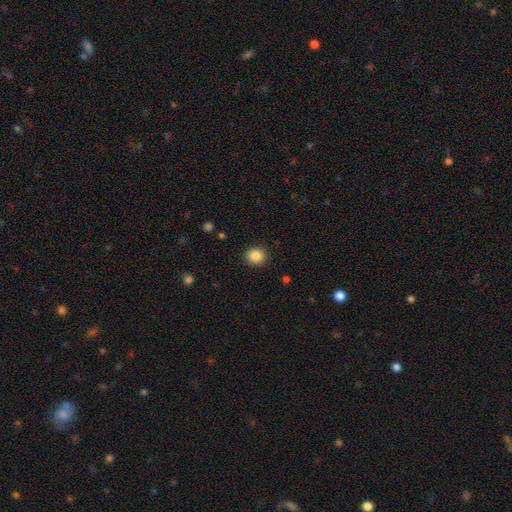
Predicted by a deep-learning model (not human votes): smooth_or_featured: smooth (p=0.87) [alt: star or artifact p=0.10]
how_rounded: round (p=0.83) [alt: in between p=0.17]
merging: none (p=0.90) [alt: minor disturbance p=0.07]